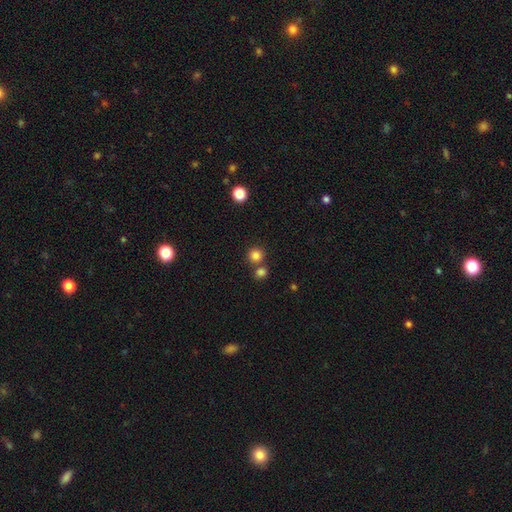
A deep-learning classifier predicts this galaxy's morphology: Smooth or featured?
  - smooth: 82% *
  - star or artifact: 13%
  - featured or disk: 5%
How rounded?
  - round: 92% *
  - in between: 7%
  - cigar-shaped: 1%
Merging?
  - none: 69% *
  - merger: 22%
  - minor disturbance: 6%
  - major disturbance: 2%